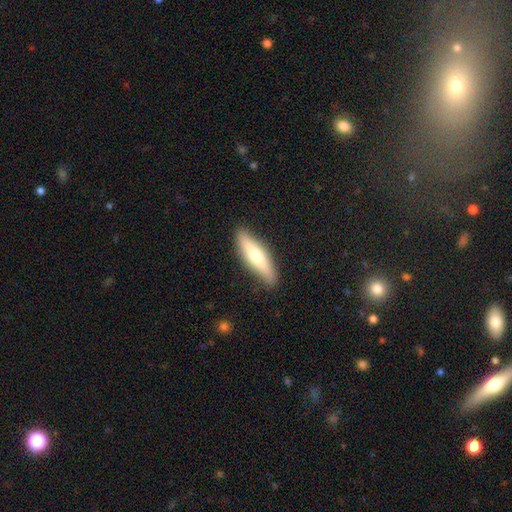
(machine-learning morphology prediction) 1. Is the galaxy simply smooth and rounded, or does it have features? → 55% smooth, 39% featured or disk, 6% star or artifact.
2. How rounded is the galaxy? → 69% cigar-shaped, 29% in between, 2% round.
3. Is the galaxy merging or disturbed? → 87% none, 10% minor disturbance, 2% major disturbance, 1% merger.